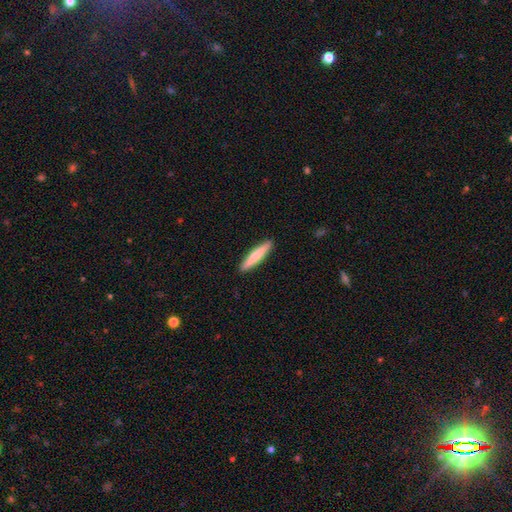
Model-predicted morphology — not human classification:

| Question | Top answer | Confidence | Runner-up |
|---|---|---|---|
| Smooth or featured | smooth | 72% | featured or disk (23%) |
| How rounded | cigar-shaped | 91% | in between (7%) |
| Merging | none | 92% | minor disturbance (6%) |